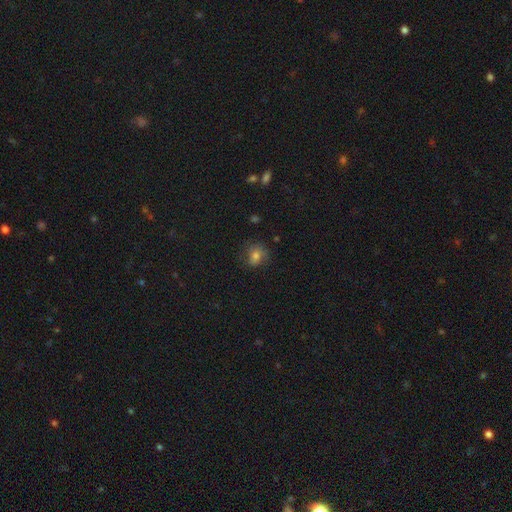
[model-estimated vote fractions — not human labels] Morphology: type=smooth (73%); roundness=round (64%); merging=none (70%).